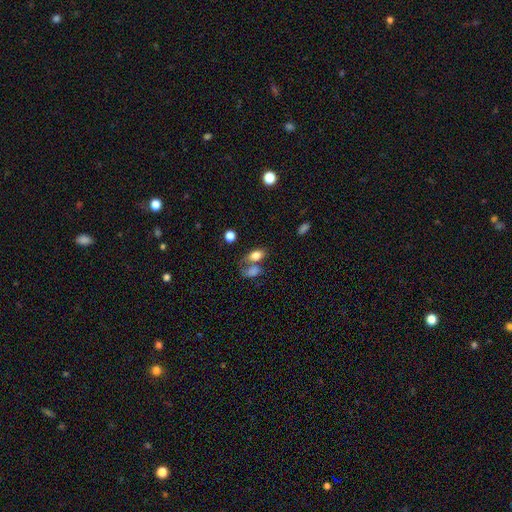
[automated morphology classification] Smooth or featured? smooth (79%)
How rounded? in between (84%)
Merging? merger (42%)